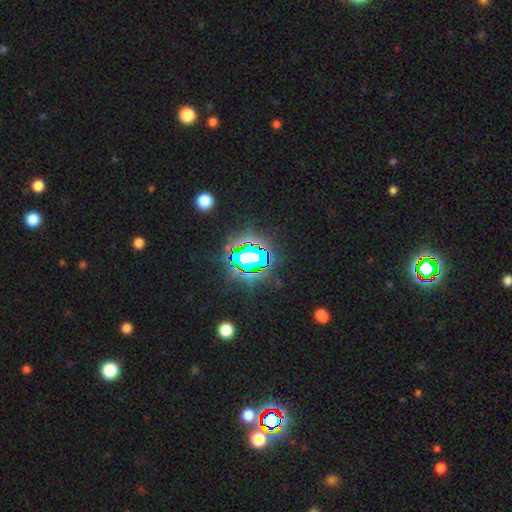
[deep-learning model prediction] Smooth or featured: star or artifact — 79% (smooth — 13%)